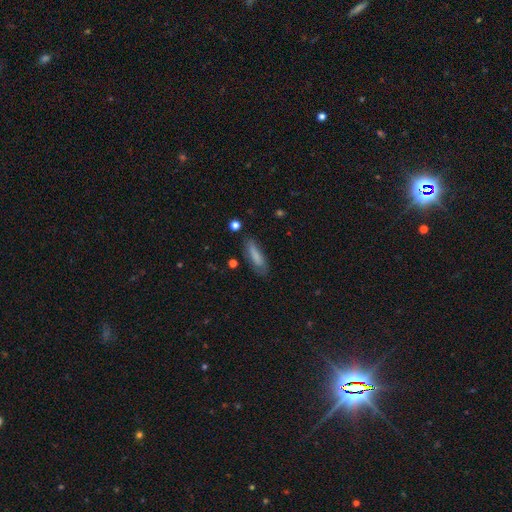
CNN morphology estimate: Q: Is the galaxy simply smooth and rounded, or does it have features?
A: smooth — 79%.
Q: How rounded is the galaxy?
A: cigar-shaped — 61%.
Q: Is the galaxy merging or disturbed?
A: none — 75%.